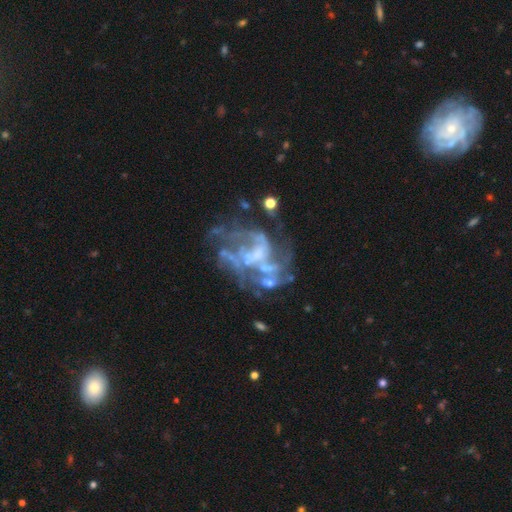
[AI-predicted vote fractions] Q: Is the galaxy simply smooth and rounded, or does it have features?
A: featured or disk — 79%.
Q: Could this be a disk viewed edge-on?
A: no — 98%.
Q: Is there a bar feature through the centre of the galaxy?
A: no — 63%.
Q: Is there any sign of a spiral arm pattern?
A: yes — 56%.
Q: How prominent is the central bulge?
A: none — 56%.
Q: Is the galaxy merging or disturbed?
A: none — 38%.